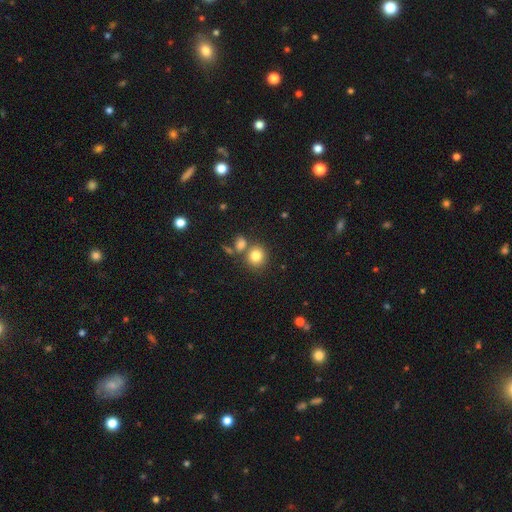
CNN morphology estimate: smooth_or_featured: smooth (p=0.81) [alt: star or artifact p=0.11]
how_rounded: round (p=0.81) [alt: in between p=0.18]
merging: none (p=0.66) [alt: merger p=0.21]